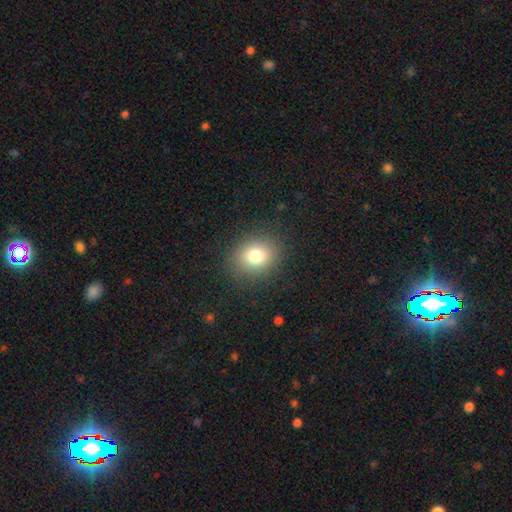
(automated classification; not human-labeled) Overall: smooth (79%). How rounded: round (64%; in between 35%). Merging: none (87%).